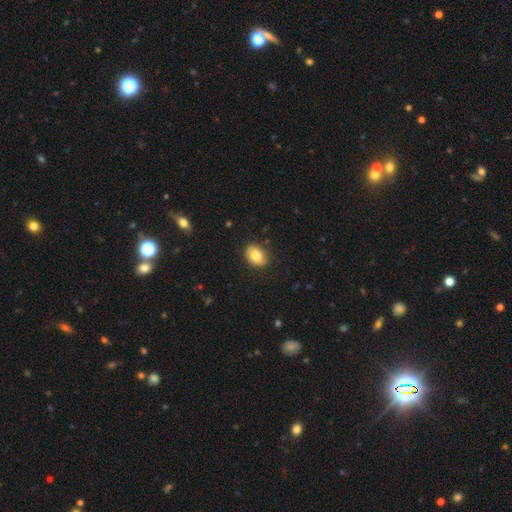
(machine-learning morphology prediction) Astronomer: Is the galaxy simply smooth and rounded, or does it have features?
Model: smooth — 81%.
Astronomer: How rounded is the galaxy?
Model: in between — 70%.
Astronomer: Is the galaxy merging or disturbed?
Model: none — 84%.